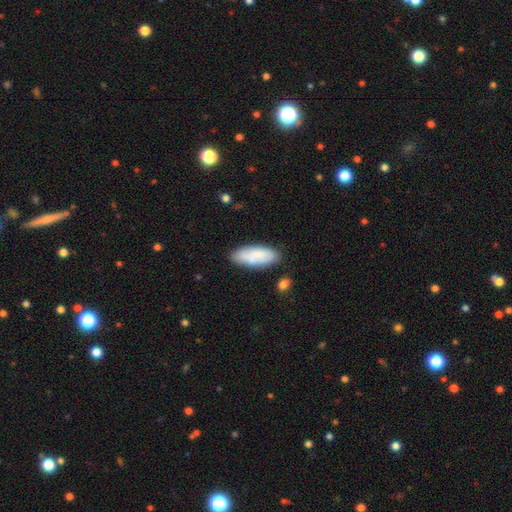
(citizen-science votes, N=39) Morphology: type=smooth (85%); roundness=in between (91%); merging=none (86%).